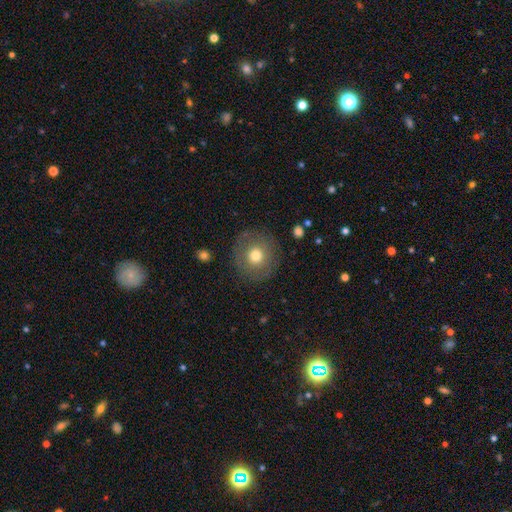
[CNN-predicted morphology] A smooth galaxy with no disk features (70%) that is round (92%). Merging: none (86%).